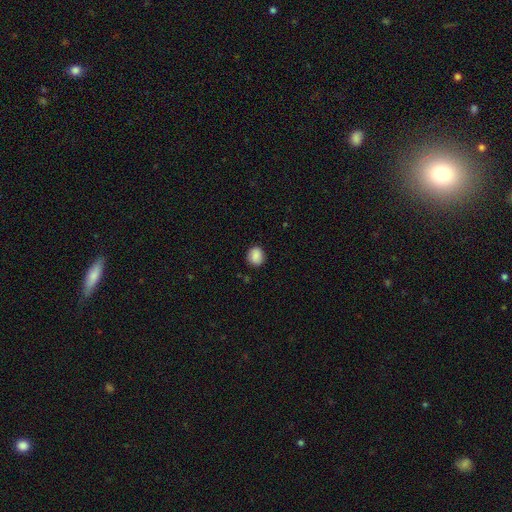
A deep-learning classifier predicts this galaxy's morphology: Overall: smooth (88%). How rounded: round (75%). Merging: none (87%).